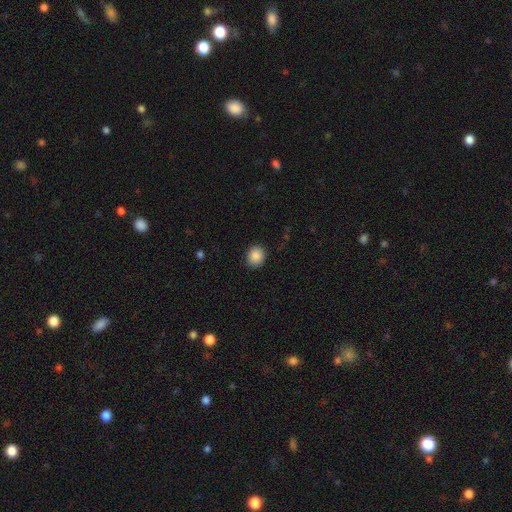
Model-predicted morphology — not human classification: This is clearly a smooth galaxy (88%). How rounded: likely round (75%). Merging: clearly none (87%).